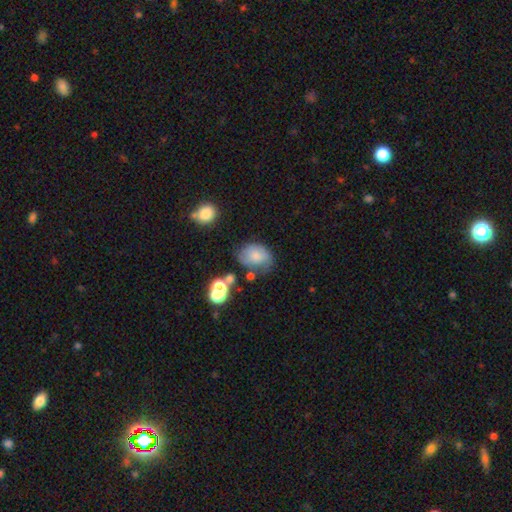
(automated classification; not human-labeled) Smooth or featured? smooth (71%)
How rounded? in between (69%)
Merging? none (51%)